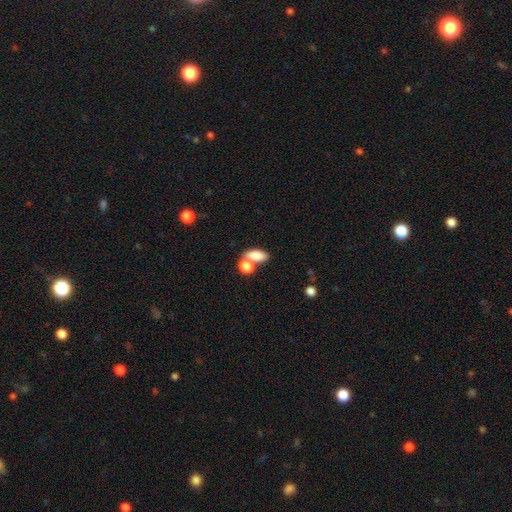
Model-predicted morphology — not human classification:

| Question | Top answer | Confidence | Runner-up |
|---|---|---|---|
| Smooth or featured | smooth | 79% | featured or disk (12%) |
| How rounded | in between | 79% | round (12%) |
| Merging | none | 47% | merger (38%) |